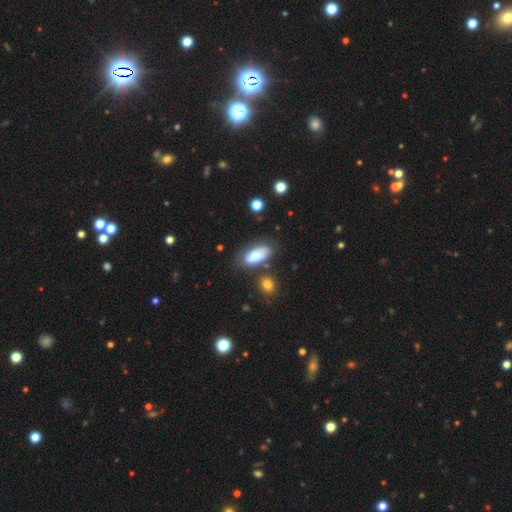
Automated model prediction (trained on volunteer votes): Overall: smooth (77%). How rounded: in between (89%). Merging: none (62%).